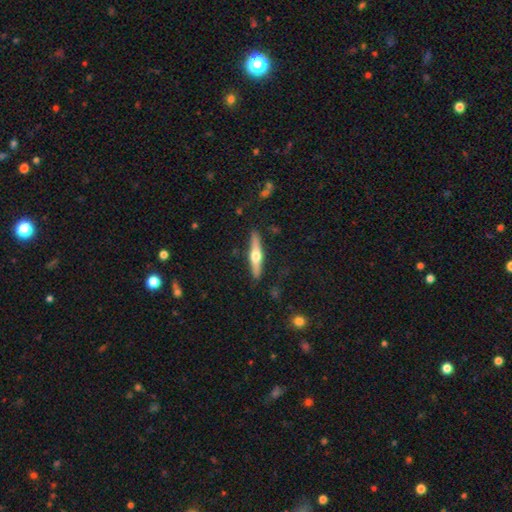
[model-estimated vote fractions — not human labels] featured or disk 63%, smooth 31%, star or artifact 5%. Down the decision tree: edge-on disk — yes (96%); edge-on bulge — rounded (95%); merging — none (89%).